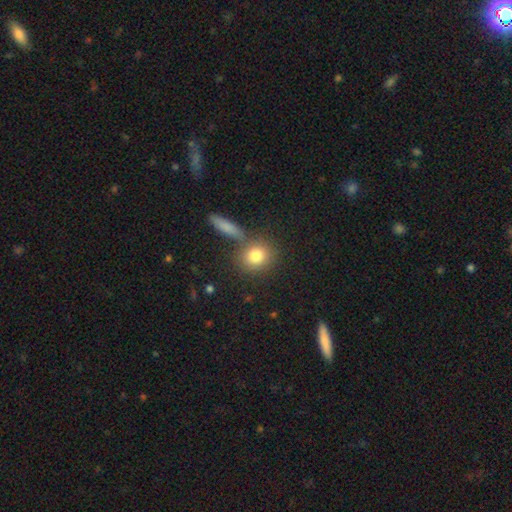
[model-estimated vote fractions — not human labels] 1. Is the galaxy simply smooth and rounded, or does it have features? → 80% smooth, 10% star or artifact, 10% featured or disk.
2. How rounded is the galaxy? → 78% round, 20% in between, 3% cigar-shaped.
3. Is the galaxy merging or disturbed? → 68% none, 18% merger, 10% minor disturbance, 4% major disturbance.